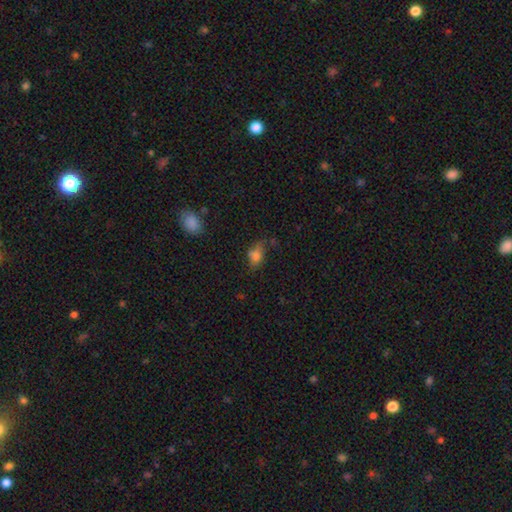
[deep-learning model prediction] smooth_or_featured: smooth (p=0.71) [alt: featured or disk p=0.15]
how_rounded: in between (p=0.76) [alt: round p=0.20]
merging: none (p=0.37) [alt: minor disturbance p=0.29]